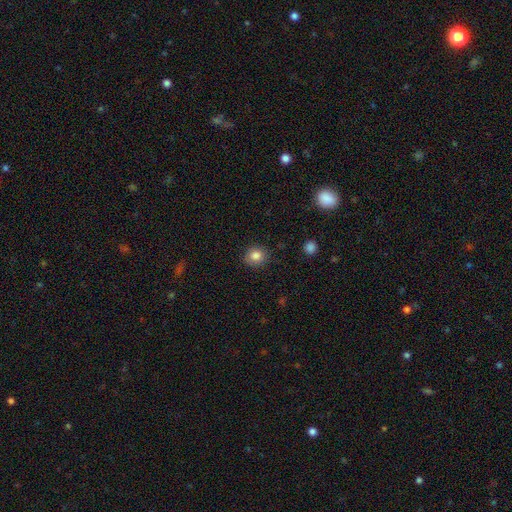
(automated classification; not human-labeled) Smooth or featured? smooth (84%)
How rounded? round (83%)
Merging? none (87%)